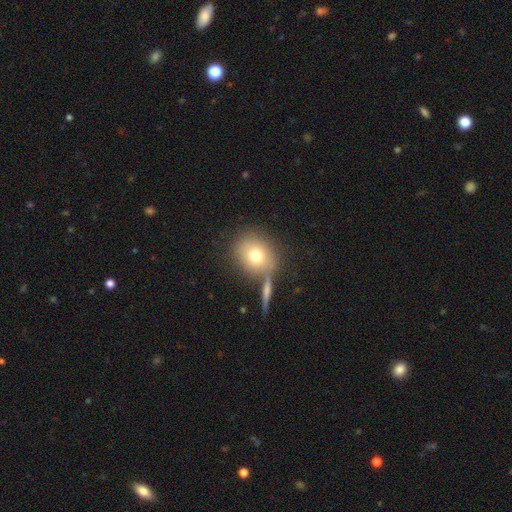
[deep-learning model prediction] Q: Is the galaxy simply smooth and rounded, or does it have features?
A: smooth — 73%.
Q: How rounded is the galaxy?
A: round — 73%.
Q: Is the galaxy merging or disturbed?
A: none — 68%.